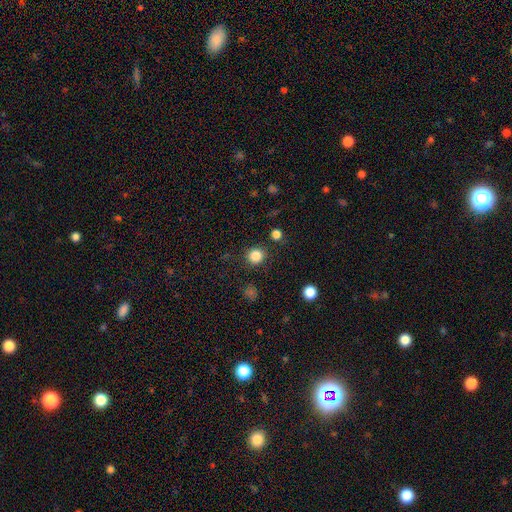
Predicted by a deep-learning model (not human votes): Morphology: type=smooth (84%); roundness=round (92%); merging=none (89%).